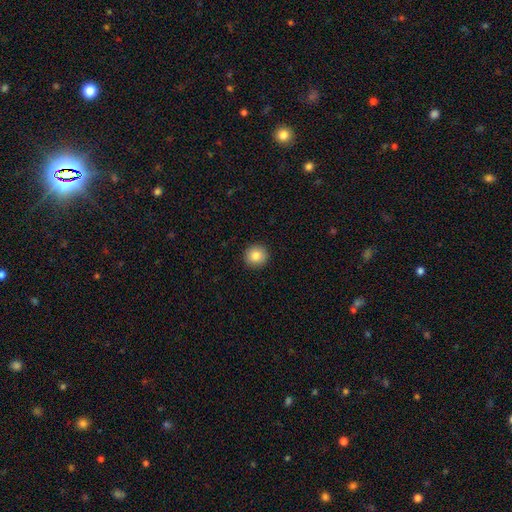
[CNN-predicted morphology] type=smooth (84%); roundness=round (94%); merging=none (93%).